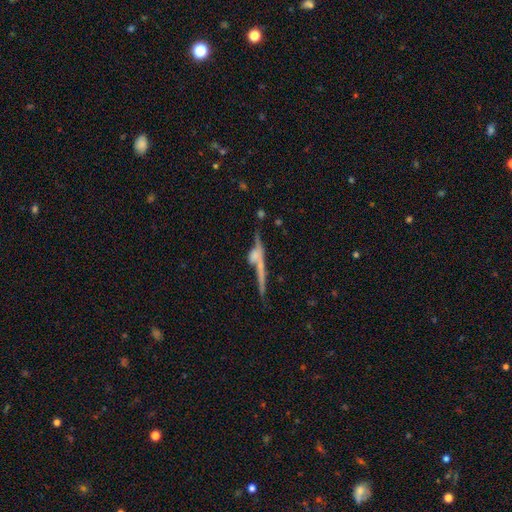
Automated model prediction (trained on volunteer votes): A featured or disk galaxy (61%) viewed edge-on (86%) with a rounded central bulge (46%).

Vote fractions:
- Smooth or featured? featured or disk: 61% / smooth: 28% / star or artifact: 12%
- Edge-on disk? yes: 86% / no: 14%
- Edge-on bulge? rounded: 46% / none: 36% / boxy: 18%
- Merging? none: 46% / merger: 32% / minor disturbance: 13% / major disturbance: 9%